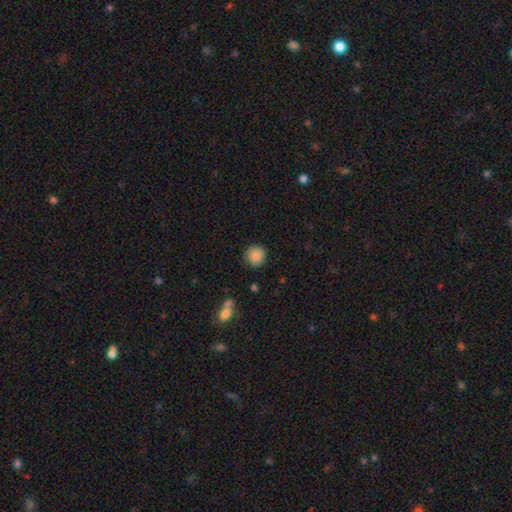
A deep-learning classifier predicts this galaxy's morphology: This is clearly a smooth galaxy (84%). How rounded: clearly round (90%). Merging: clearly none (82%).